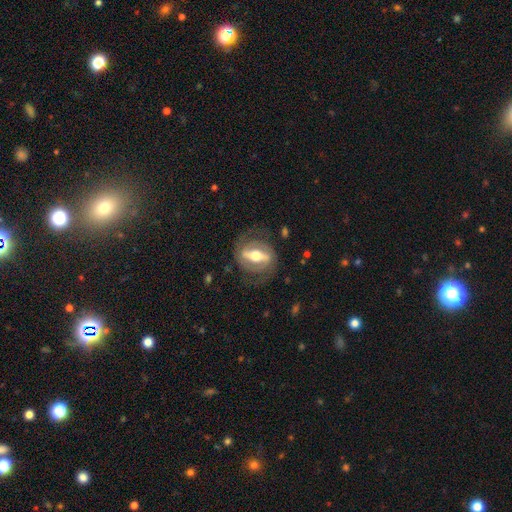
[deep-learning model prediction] Overall: featured or disk (78%). Edge-on disk: no (82%). Bar: strong (73%). Spiral arms: yes (65%; no 35%). Bulge size: moderate (67%). Merging: none (74%).